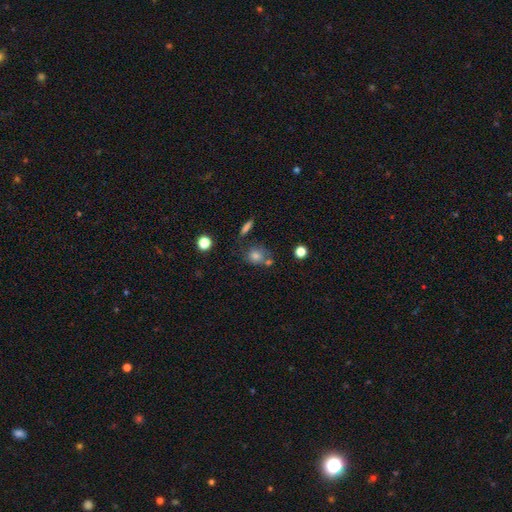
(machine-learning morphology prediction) Smooth or featured: smooth — 73% (star or artifact — 15%)
How rounded: round — 63% (in between — 34%)
Merging: none — 58% (merger — 19%)